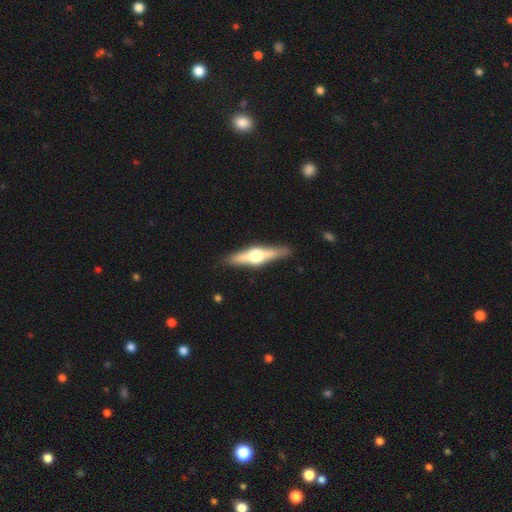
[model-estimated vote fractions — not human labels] Smooth or featured? featured or disk (72%)
Edge-on disk? yes (97%)
Edge-on bulge? rounded (94%)
Merging? none (89%)